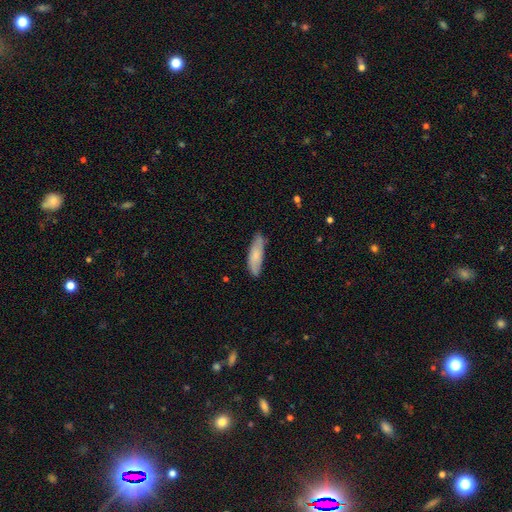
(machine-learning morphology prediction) type=smooth (75%); roundness=cigar-shaped (53%); merging=none (75%).